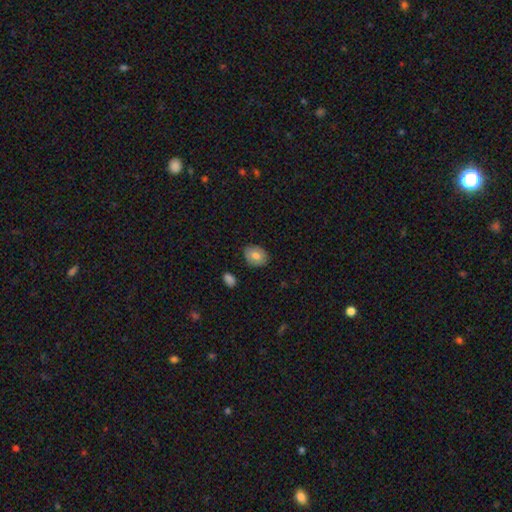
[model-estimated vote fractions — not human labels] Overall: smooth (77%). How rounded: in between (60%; round 39%). Merging: none (82%).